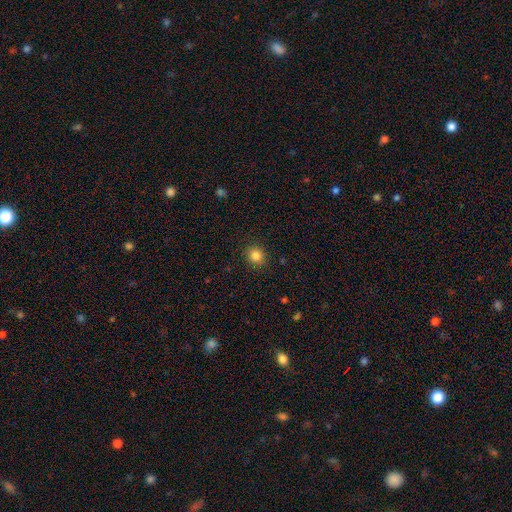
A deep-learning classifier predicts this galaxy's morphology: A smooth galaxy with no disk features (85%) that is round (85%). Merging: none (90%).